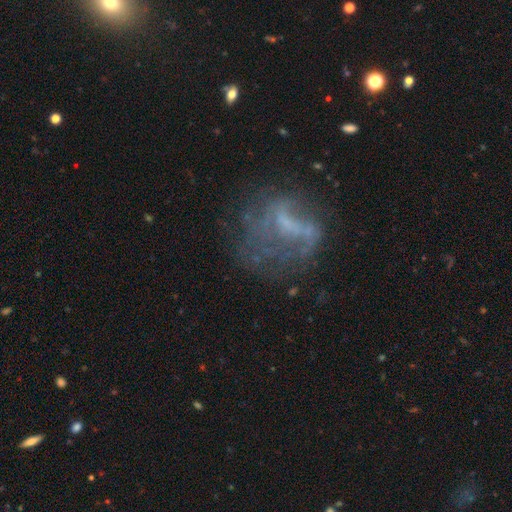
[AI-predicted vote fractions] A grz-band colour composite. It shows a featured or disk galaxy (61%) with no bar (52%), no spiral arms (61%) and no central bulge (52%). Merging: none (43%).